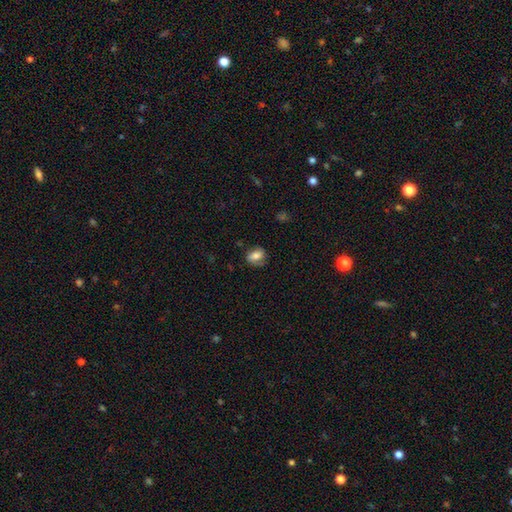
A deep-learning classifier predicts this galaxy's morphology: A smooth galaxy with no disk features (67%) that is in between round and cigar-shaped (68%).

Vote fractions:
- Smooth or featured? smooth: 67% / featured or disk: 25% / star or artifact: 9%
- How rounded? in between: 68% / round: 29% / cigar-shaped: 2%
- Merging? none: 65% / minor disturbance: 24% / major disturbance: 9% / merger: 2%